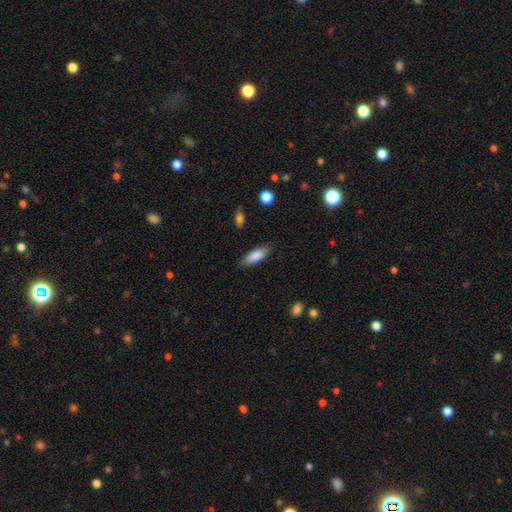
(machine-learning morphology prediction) A smooth galaxy with no disk features (82%) that is in between round and cigar-shaped (62%).

Vote fractions:
- Smooth or featured? smooth: 82% / featured or disk: 12% / star or artifact: 6%
- How rounded? in between: 62% / cigar-shaped: 36% / round: 2%
- Merging? none: 83% / minor disturbance: 13% / major disturbance: 3% / merger: 1%